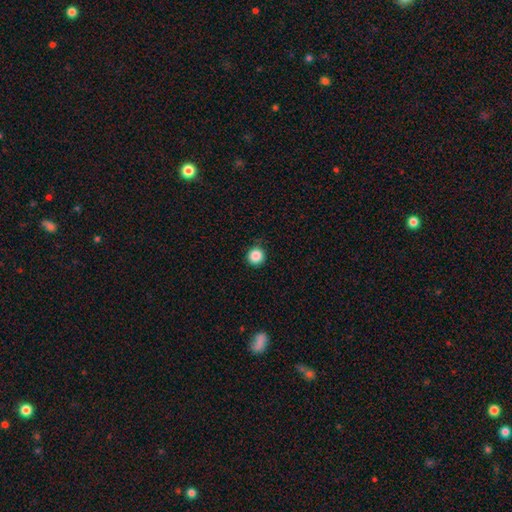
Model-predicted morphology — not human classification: A smooth galaxy with no disk features (87%) that is round (96%).

Vote fractions:
- Smooth or featured? smooth: 87% / star or artifact: 10% / featured or disk: 3%
- How rounded? round: 96% / in between: 3% / cigar-shaped: 1%
- Merging? none: 90% / minor disturbance: 7% / major disturbance: 2% / merger: 1%